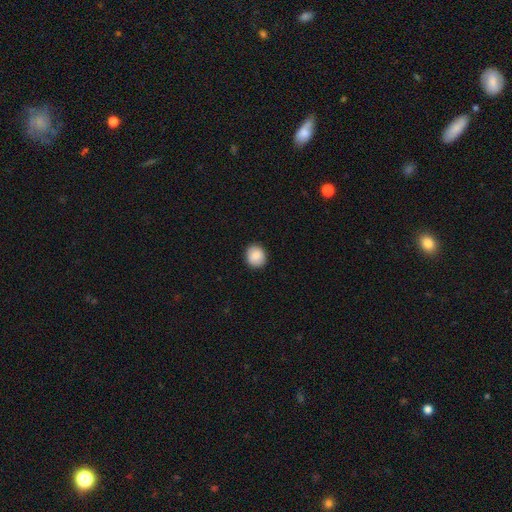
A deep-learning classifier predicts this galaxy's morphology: type=smooth (87%); roundness=round (76%); merging=none (89%).